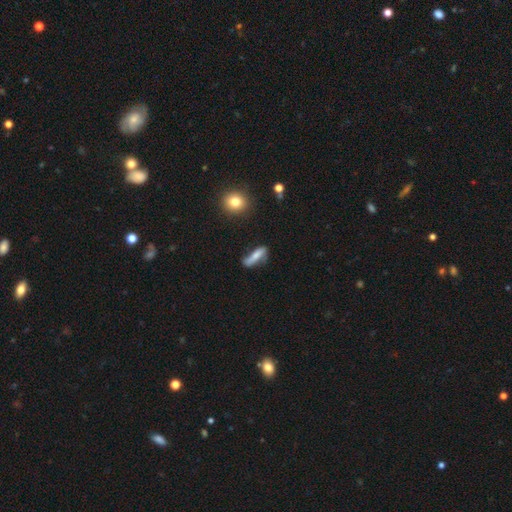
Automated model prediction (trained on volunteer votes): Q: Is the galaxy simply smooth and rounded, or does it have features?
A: smooth — 63%.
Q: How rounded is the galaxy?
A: cigar-shaped — 65%.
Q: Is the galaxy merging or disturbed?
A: none — 58%.